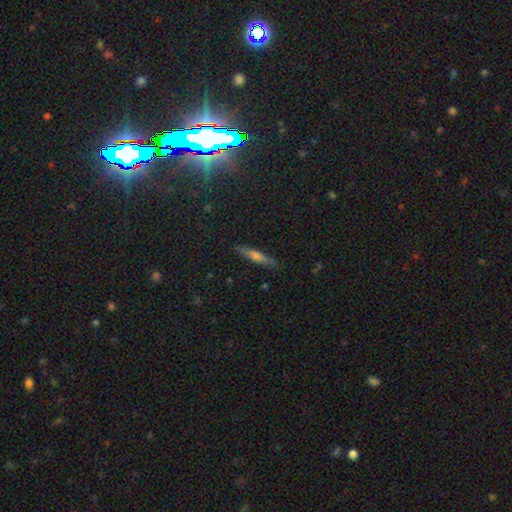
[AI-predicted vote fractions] smooth_or_featured: featured or disk (p=0.46) [alt: smooth p=0.44]
merging: none (p=0.87) [alt: minor disturbance p=0.10]